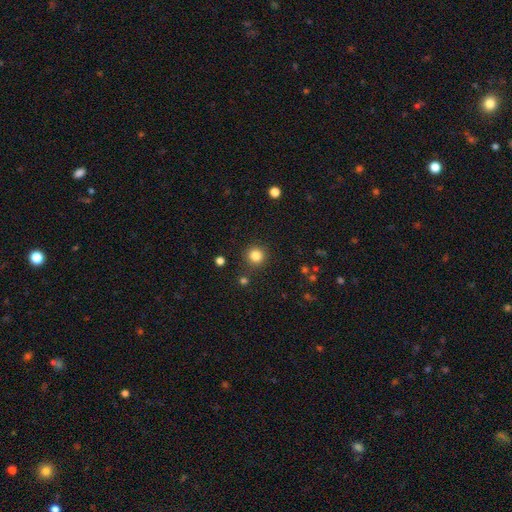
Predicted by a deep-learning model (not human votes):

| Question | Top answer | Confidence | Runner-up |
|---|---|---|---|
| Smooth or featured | smooth | 83% | star or artifact (12%) |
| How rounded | round | 93% | in between (6%) |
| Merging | none | 87% | minor disturbance (7%) |